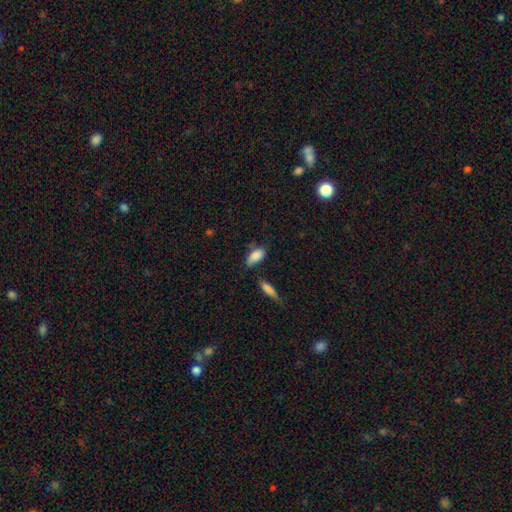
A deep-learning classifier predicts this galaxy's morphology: A smooth galaxy with no disk features (84%) that is in between round and cigar-shaped (86%). Merging: none (54%).